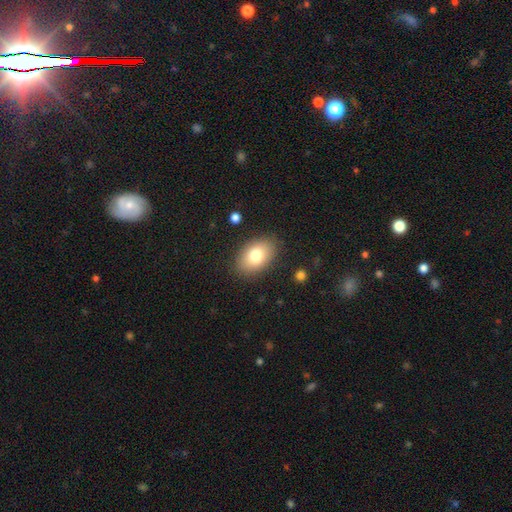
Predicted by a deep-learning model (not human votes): Smooth or featured? smooth (78%)
How rounded? in between (88%)
Merging? none (85%)